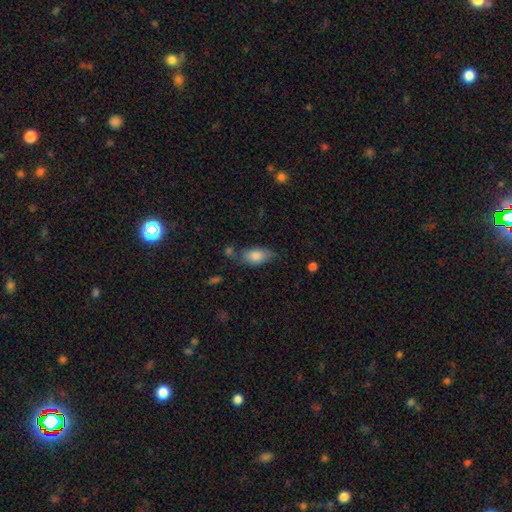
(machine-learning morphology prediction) A smooth galaxy with no disk features (82%) that is in between round and cigar-shaped (91%). Merging: none (56%).